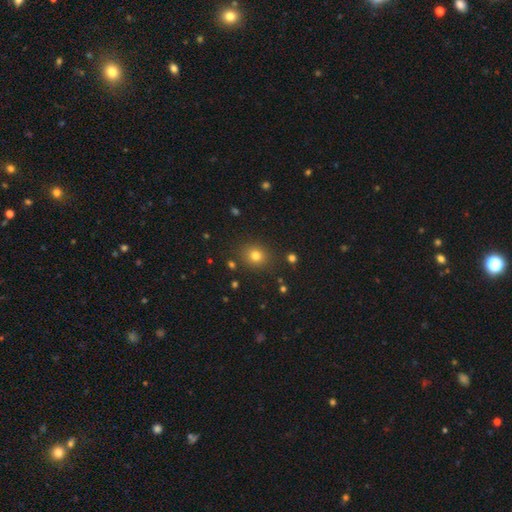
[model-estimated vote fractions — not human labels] Smooth or featured?
  - smooth: 77% *
  - star or artifact: 16%
  - featured or disk: 7%
How rounded?
  - round: 77% *
  - in between: 22%
  - cigar-shaped: 1%
Merging?
  - none: 86% *
  - minor disturbance: 8%
  - major disturbance: 3%
  - merger: 3%